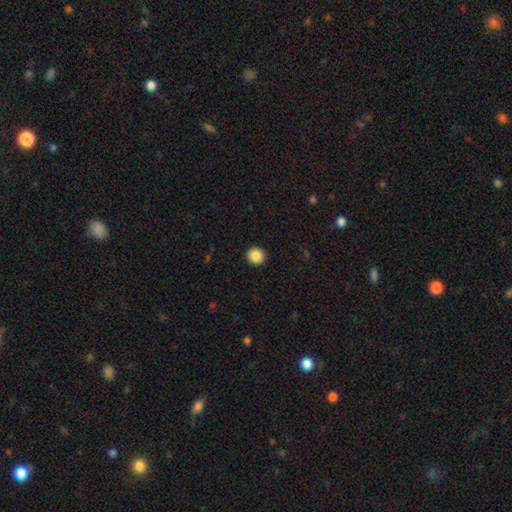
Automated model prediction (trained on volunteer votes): Smooth or featured: smooth — 89% (star or artifact — 9%)
How rounded: round — 93% (in between — 6%)
Merging: none — 93% (minor disturbance — 4%)